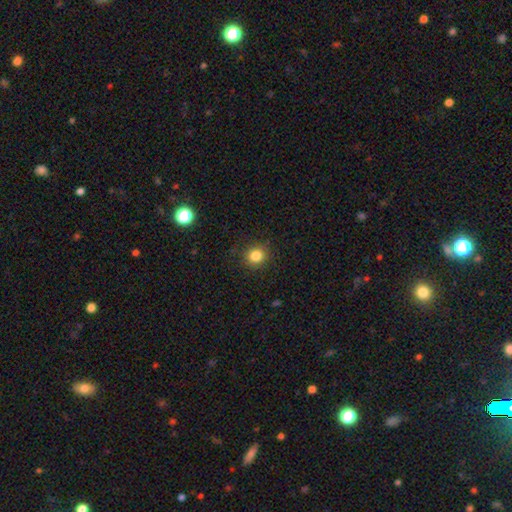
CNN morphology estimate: The model was most divided on "how rounded": round: 84%, in between: 15%, cigar-shaped: 1%. More confident: merging — none (89%); smooth or featured — smooth (84%).